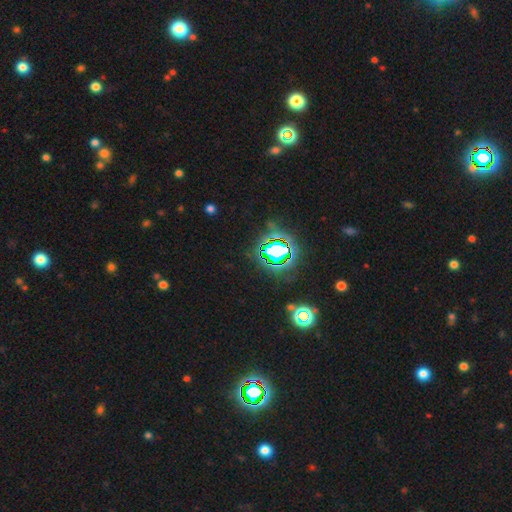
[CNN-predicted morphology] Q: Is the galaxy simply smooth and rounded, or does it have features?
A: star or artifact — 79%.